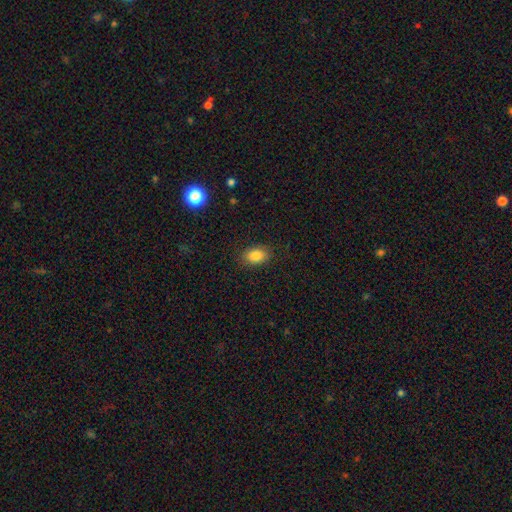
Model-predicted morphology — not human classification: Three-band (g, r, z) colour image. It shows a smooth galaxy with no disk features (86%) that is in between round and cigar-shaped (83%). Merging: none (86%).